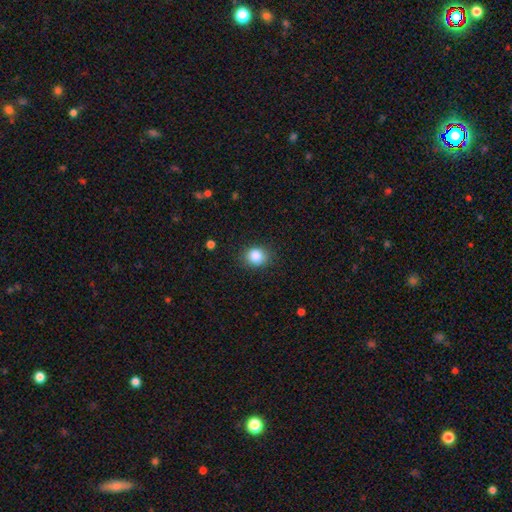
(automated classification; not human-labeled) Morphology: type=smooth (86%); roundness=round (70%); merging=none (83%).